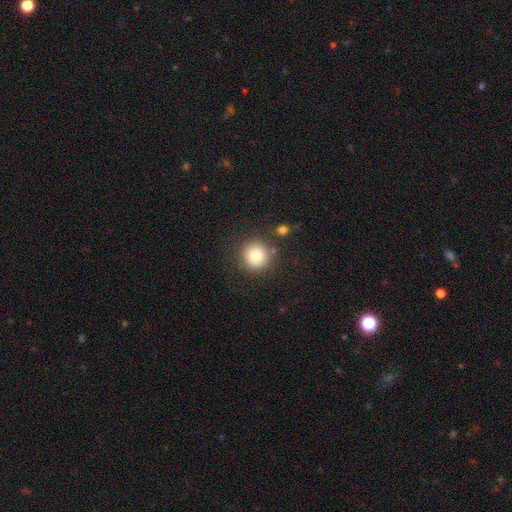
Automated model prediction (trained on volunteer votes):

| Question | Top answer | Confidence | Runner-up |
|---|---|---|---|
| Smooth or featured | smooth | 80% | star or artifact (11%) |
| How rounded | round | 93% | in between (6%) |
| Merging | none | 83% | minor disturbance (9%) |